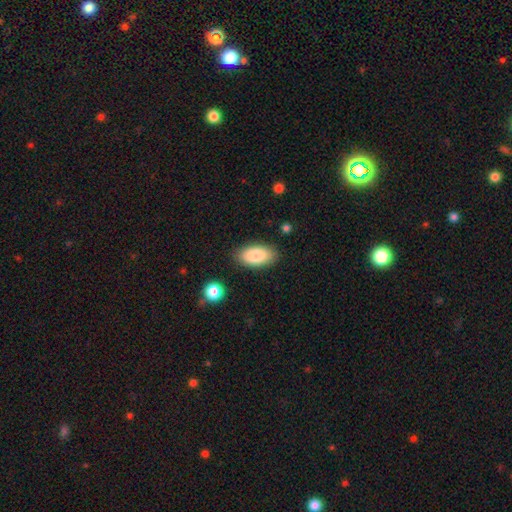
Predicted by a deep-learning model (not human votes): smooth 86%, featured or disk 7%, star or artifact 7%. Down the decision tree: how rounded — in between (94%); merging — none (86%).